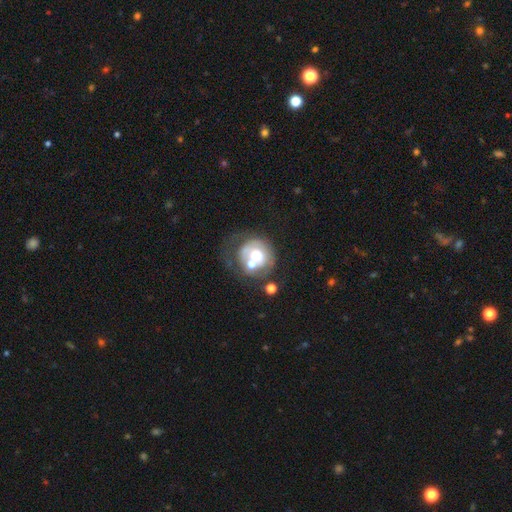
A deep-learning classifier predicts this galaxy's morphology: This is possibly a featured or disk galaxy (47%). Merging: marginally none (35%).